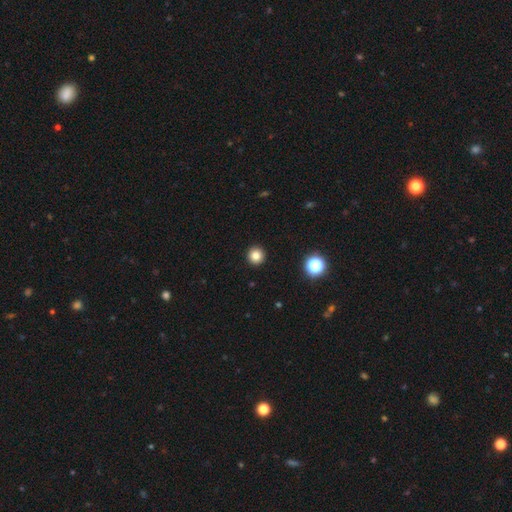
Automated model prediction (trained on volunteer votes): smooth-or-featured: smooth: 82% | star or artifact: 13% | featured or disk: 5%
  how-rounded: round: 95% | in between: 4% | cigar-shaped: 1%
  merging: none: 94% | minor disturbance: 4% | major disturbance: 1% | merger: 1%